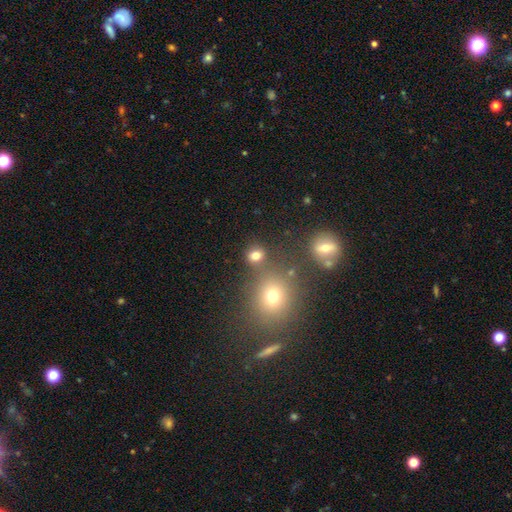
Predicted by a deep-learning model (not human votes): Smooth or featured? smooth (75%)
How rounded? round (78%)
Merging? none (71%)